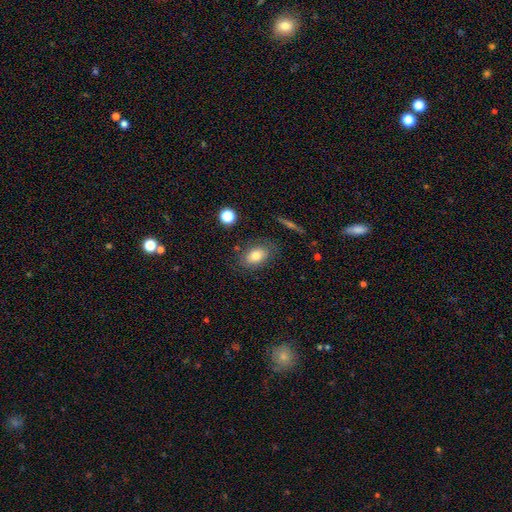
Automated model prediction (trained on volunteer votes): A smooth galaxy with no disk features (73%) that is in between round and cigar-shaped (82%).

Vote fractions:
- Smooth or featured? smooth: 73% / featured or disk: 17% / star or artifact: 10%
- How rounded? in between: 82% / round: 16% / cigar-shaped: 2%
- Merging? none: 77% / minor disturbance: 14% / major disturbance: 6% / merger: 3%